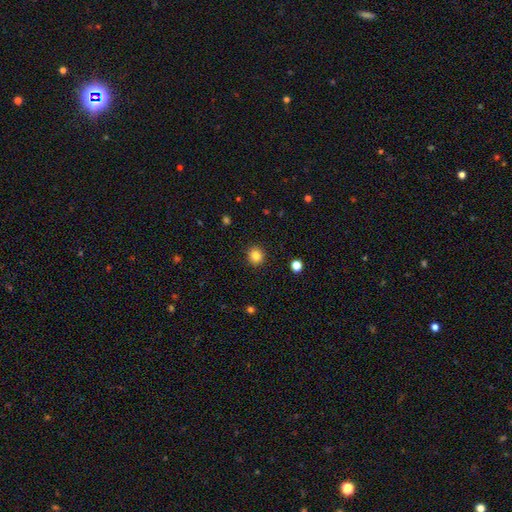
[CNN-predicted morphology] Smooth or featured? smooth (84%)
How rounded? round (90%)
Merging? none (92%)